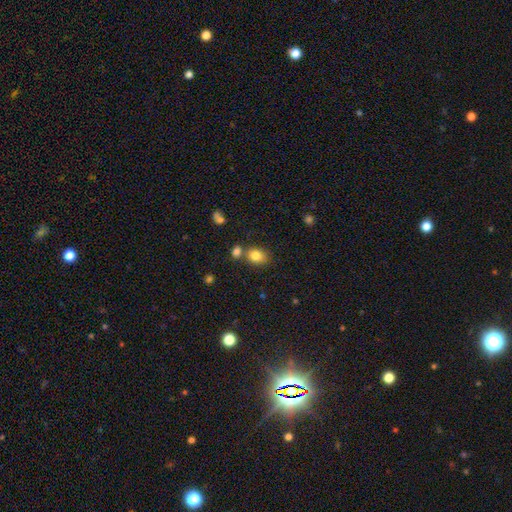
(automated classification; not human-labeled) Smooth or featured?
  - smooth: 82% *
  - star or artifact: 10%
  - featured or disk: 7%
How rounded?
  - in between: 53% *
  - round: 46%
  - cigar-shaped: 1%
Merging?
  - none: 65% *
  - merger: 20%
  - minor disturbance: 12%
  - major disturbance: 3%